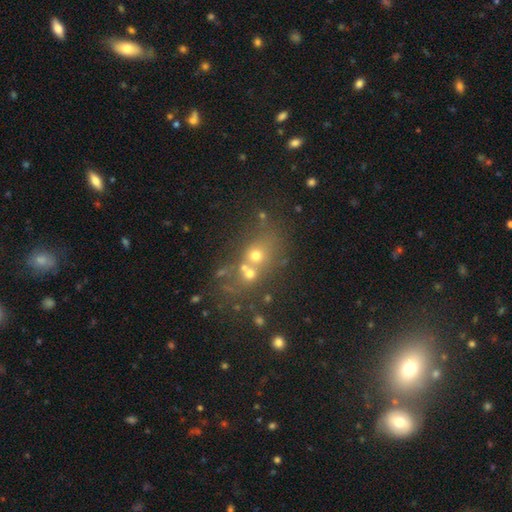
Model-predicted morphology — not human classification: A smooth galaxy with no disk features (53%) that is round (64%). Merging: merger (42%).